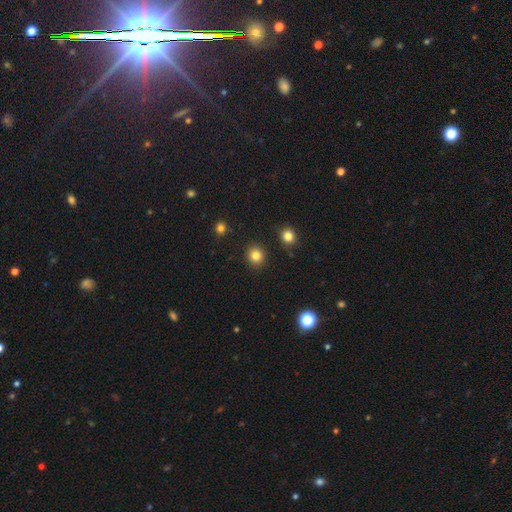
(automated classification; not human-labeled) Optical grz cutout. It shows a smooth galaxy with no disk features (84%) that is round (86%). Merging: none (91%).